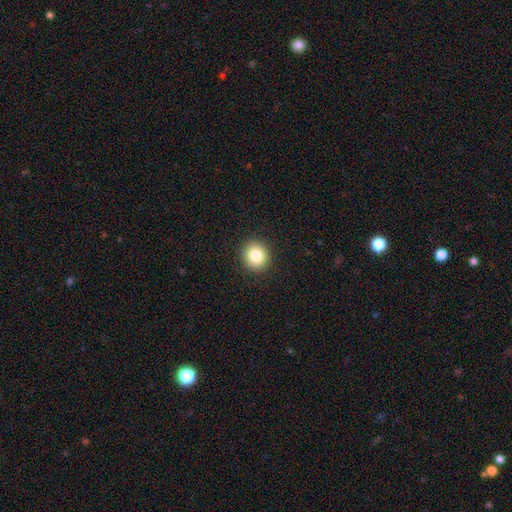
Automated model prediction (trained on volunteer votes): smooth 84%, star or artifact 10%, featured or disk 6%. Down the decision tree: how rounded — round (87%); merging — none (92%).